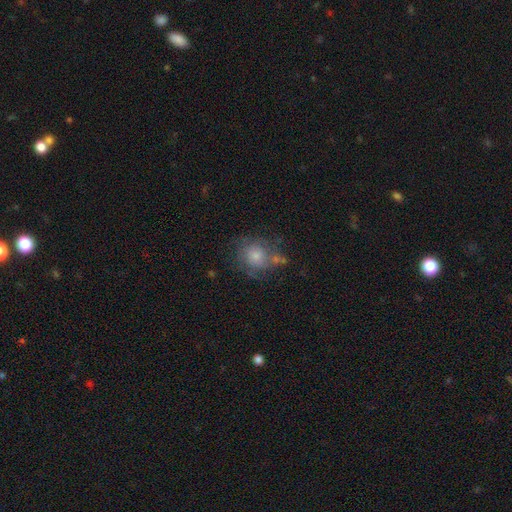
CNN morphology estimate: type=smooth (54%); roundness=round (79%); merging=none (57%).